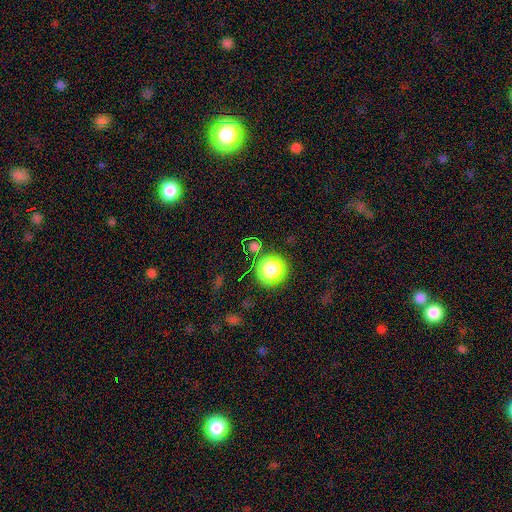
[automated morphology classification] Smooth or featured: star or artifact — 55% (smooth — 38%)